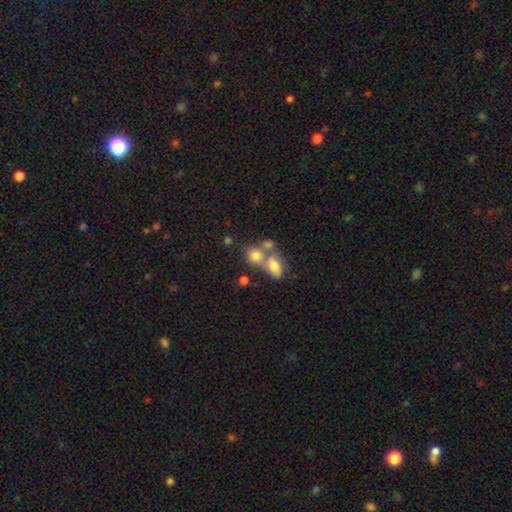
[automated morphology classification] Q: Smooth or featured?
A: smooth (75%); runner-up: featured or disk (13%)
Q: How rounded?
A: round (61%); runner-up: in between (37%)
Q: Merging?
A: merger (51%); runner-up: none (35%)